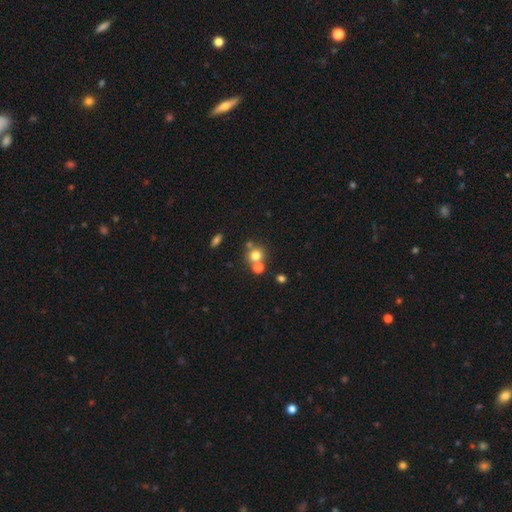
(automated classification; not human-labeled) Smooth or featured? smooth (73%)
How rounded? round (87%)
Merging? none (57%)